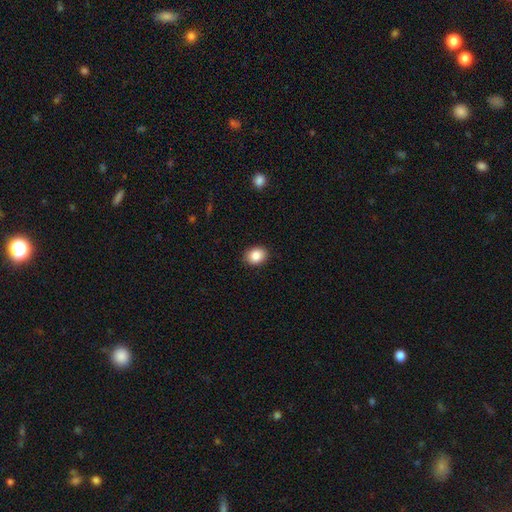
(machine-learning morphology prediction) This appears to be a smooth galaxy with no disk features (86%) that is in between round and cigar-shaped (54%). Merging: none (90%).